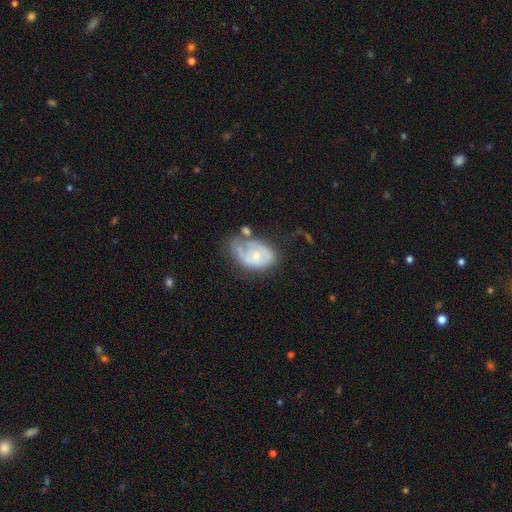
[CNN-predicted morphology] A featured or disk galaxy (61%) with no bar (75%), spiral arms (62%) and a small central bulge (54%). Merging: minor disturbance (32%).